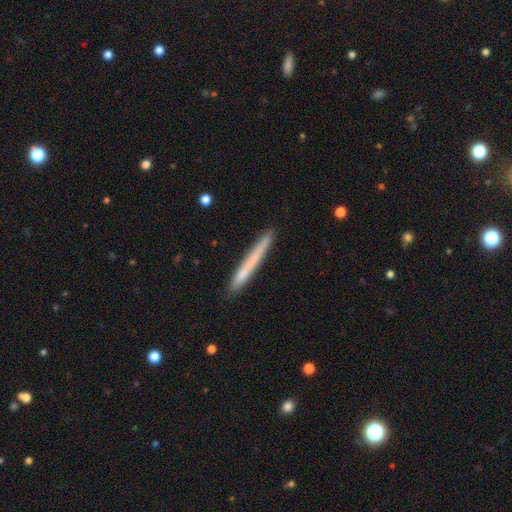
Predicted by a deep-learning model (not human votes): Smooth or featured? smooth (63%)
How rounded? cigar-shaped (97%)
Merging? none (89%)